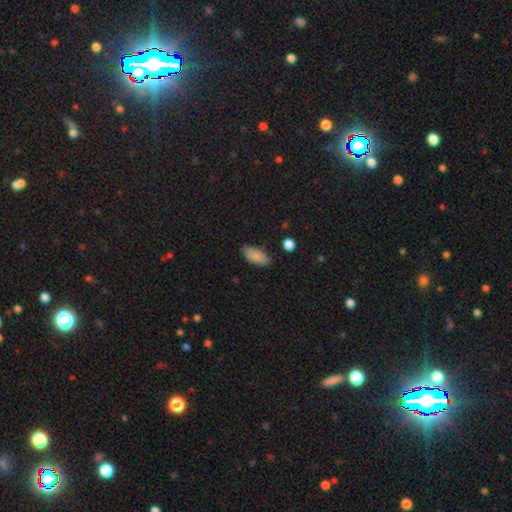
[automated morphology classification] This appears to be a smooth galaxy with no disk features (85%) that is in between round and cigar-shaped (89%). Merging: none (79%).